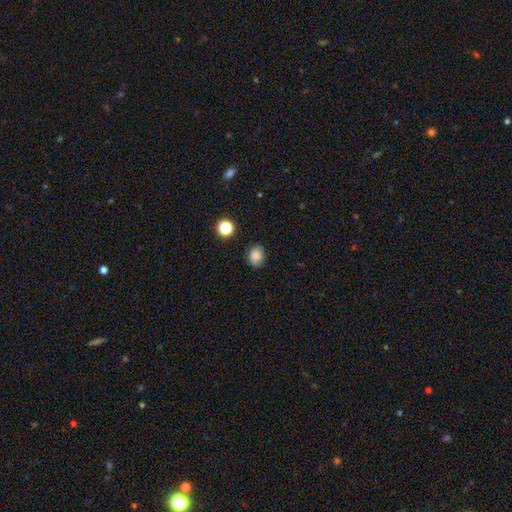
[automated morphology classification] Smooth or featured: smooth — 83% (star or artifact — 11%)
How rounded: in between — 52% (round — 47%)
Merging: none — 78% (minor disturbance — 16%)